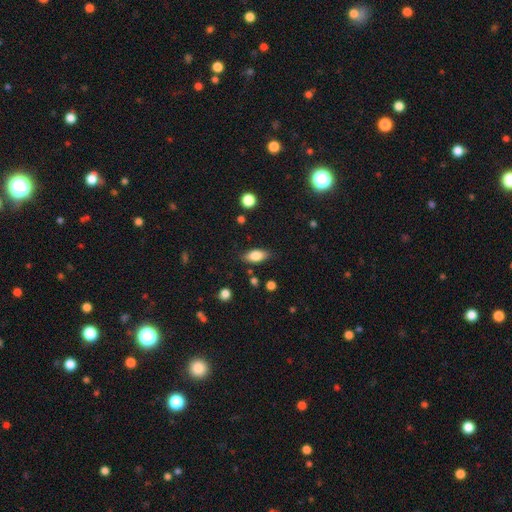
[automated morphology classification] type=smooth (79%); roundness=in between (87%); merging=none (83%).